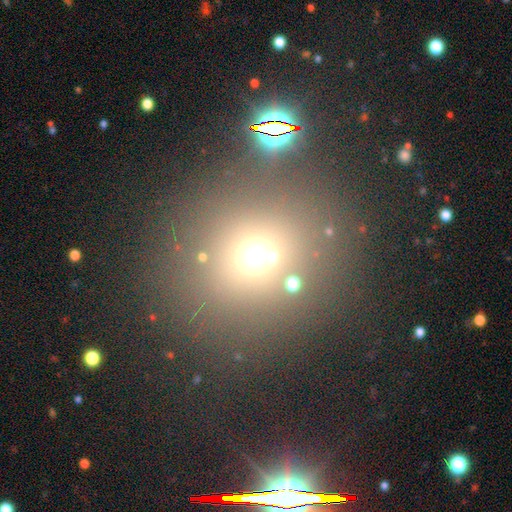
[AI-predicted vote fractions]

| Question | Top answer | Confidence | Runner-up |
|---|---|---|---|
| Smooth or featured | smooth | 58% | star or artifact (33%) |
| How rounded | round | 87% | in between (12%) |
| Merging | none | 76% | merger (11%) |